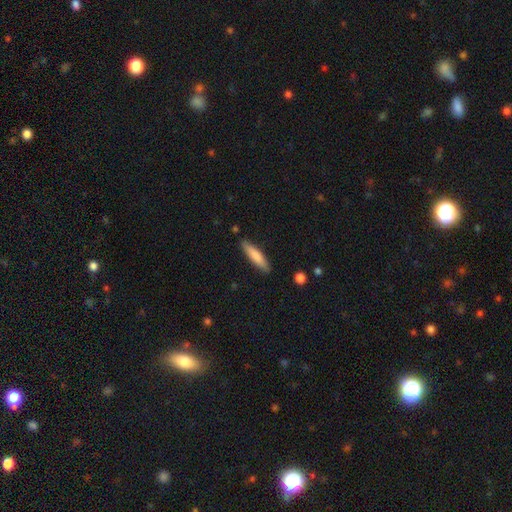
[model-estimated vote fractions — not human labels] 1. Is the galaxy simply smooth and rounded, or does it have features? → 78% smooth, 17% featured or disk, 5% star or artifact.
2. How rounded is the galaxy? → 83% cigar-shaped, 16% in between, 1% round.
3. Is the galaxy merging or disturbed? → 86% none, 10% minor disturbance, 2% major disturbance, 2% merger.